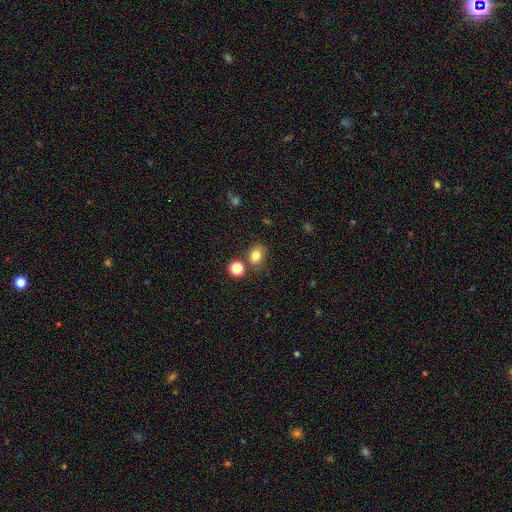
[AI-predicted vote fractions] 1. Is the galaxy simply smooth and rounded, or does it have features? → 80% smooth, 13% star or artifact, 7% featured or disk.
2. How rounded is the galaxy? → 53% round, 46% in between, 1% cigar-shaped.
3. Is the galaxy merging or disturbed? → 73% none, 12% minor disturbance, 11% merger, 4% major disturbance.